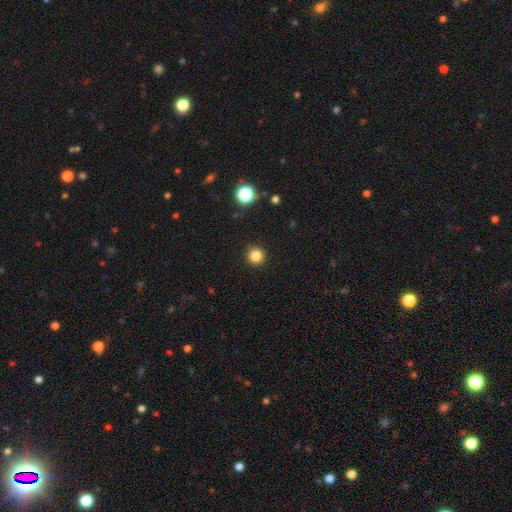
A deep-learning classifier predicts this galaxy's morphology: A smooth galaxy with no disk features (82%) that is round (95%).

Vote fractions:
- Smooth or featured? smooth: 82% / star or artifact: 13% / featured or disk: 5%
- How rounded? round: 95% / in between: 4% / cigar-shaped: 1%
- Merging? none: 92% / minor disturbance: 5% / major disturbance: 2% / merger: 1%